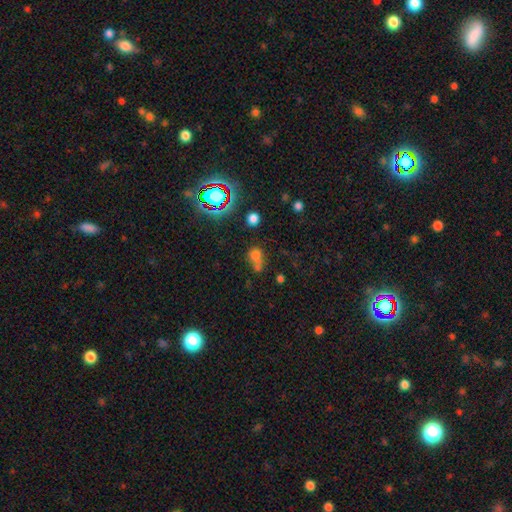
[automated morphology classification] Smooth or featured? Predicted: smooth (p=0.61). How rounded? Predicted: round (p=0.51). Merging? Predicted: merger (p=0.37).